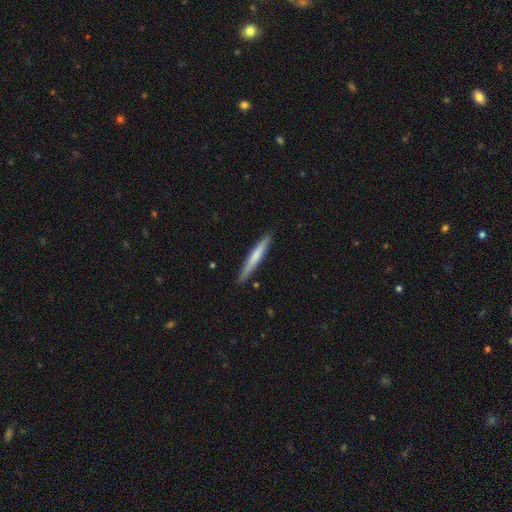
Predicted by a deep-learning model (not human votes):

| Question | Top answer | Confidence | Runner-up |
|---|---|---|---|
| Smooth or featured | smooth | 61% | featured or disk (34%) |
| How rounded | cigar-shaped | 96% | in between (3%) |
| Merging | none | 89% | minor disturbance (8%) |